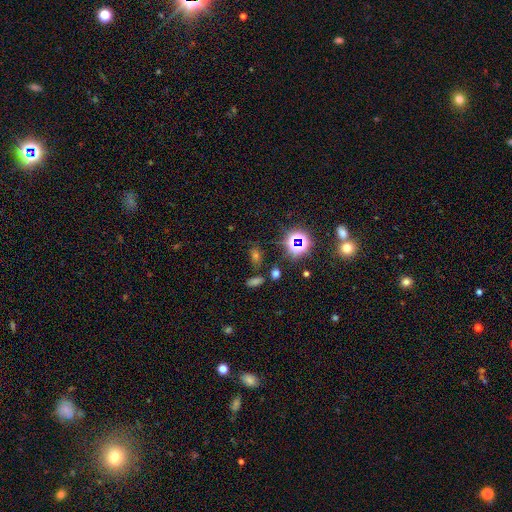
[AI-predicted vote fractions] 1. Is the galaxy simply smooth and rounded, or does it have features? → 46% star or artifact, 43% smooth, 11% featured or disk.